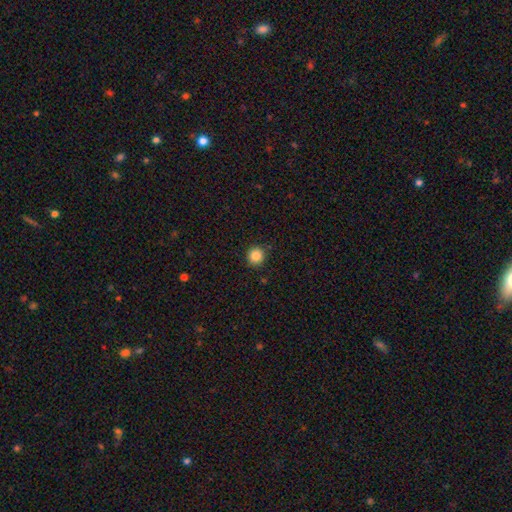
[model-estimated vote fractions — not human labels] Overall: smooth (86%). How rounded: round (92%). Merging: none (89%).